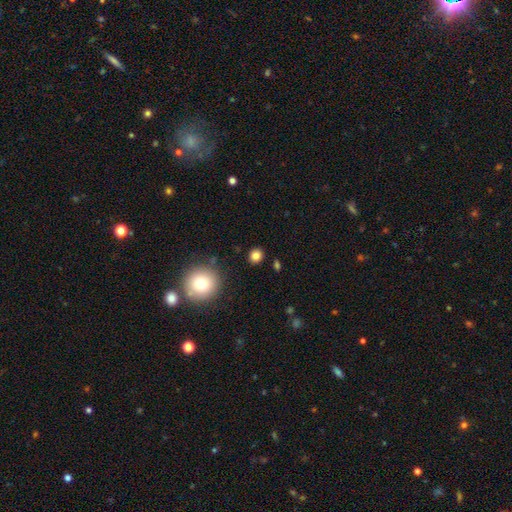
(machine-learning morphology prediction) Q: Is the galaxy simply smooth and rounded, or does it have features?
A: smooth — 82%.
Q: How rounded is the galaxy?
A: round — 79%.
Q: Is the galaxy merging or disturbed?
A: none — 88%.